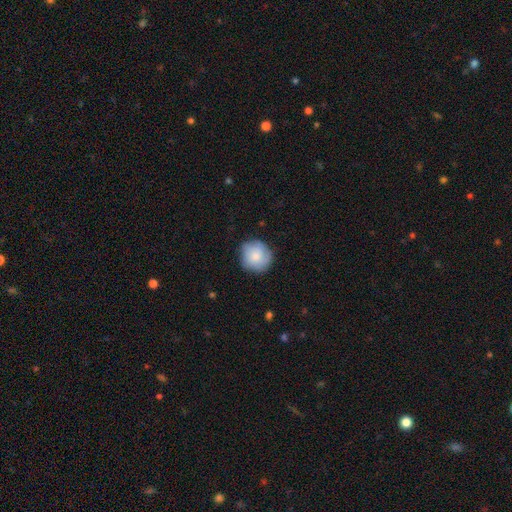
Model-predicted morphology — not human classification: Smooth or featured?
  - smooth: 78% *
  - featured or disk: 15%
  - star or artifact: 6%
How rounded?
  - round: 92% *
  - in between: 7%
  - cigar-shaped: 1%
Merging?
  - none: 80% *
  - minor disturbance: 16%
  - major disturbance: 3%
  - merger: 1%